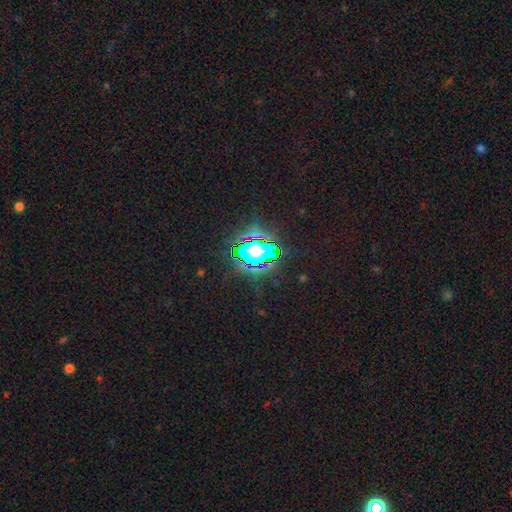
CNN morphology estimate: A star or artifact, not a galaxy (78%).

Vote fractions:
- Smooth or featured? star or artifact: 78% / smooth: 12% / featured or disk: 10%